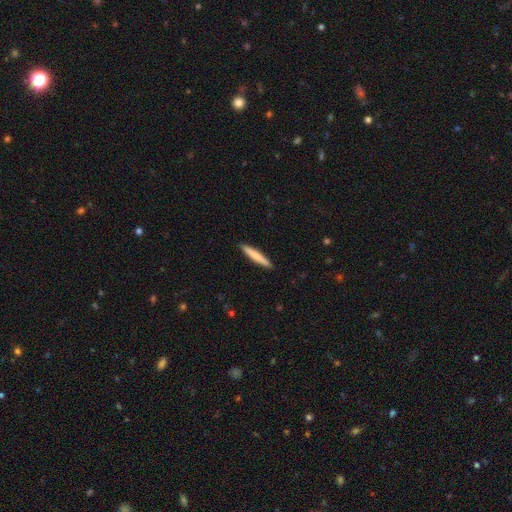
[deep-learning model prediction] Overall: smooth (72%). How rounded: cigar-shaped (94%). Merging: none (92%).